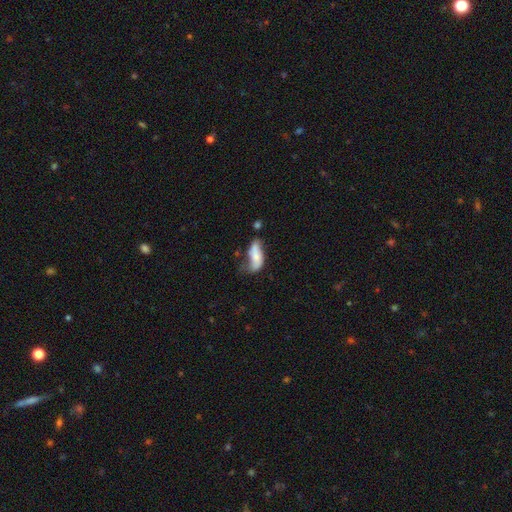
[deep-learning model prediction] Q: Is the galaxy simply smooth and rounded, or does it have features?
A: smooth — 59%.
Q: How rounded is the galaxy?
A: in between — 77%.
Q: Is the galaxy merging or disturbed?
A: minor disturbance — 36%.